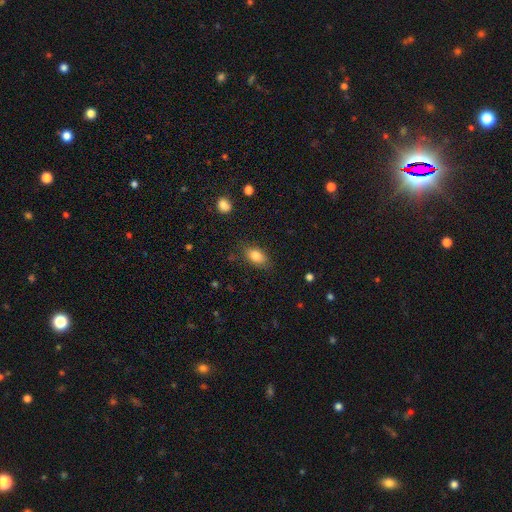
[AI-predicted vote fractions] Smooth or featured: smooth — 82% (featured or disk — 10%)
How rounded: in between — 86% (round — 10%)
Merging: none — 80% (minor disturbance — 15%)